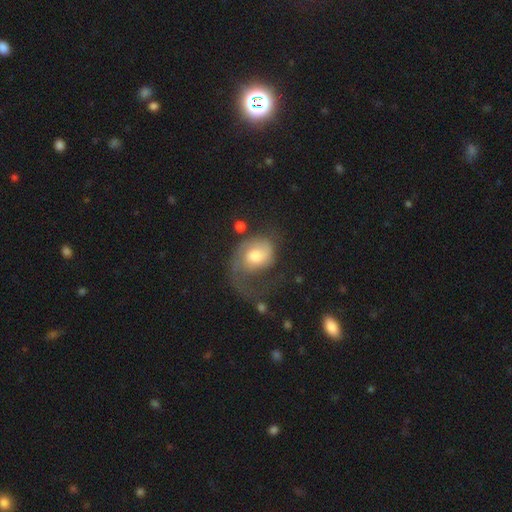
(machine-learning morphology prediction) smooth_or_featured: featured or disk (p=0.58) [alt: smooth p=0.35]
disk_edge_on: no (p=0.97) [alt: yes p=0.03]
bar: no (p=0.70) [alt: weak p=0.26]
has_spiral_arms: yes (p=0.83) [alt: no p=0.17]
bulge_size: moderate (p=0.56) [alt: large p=0.27]
merging: major disturbance (p=0.52) [alt: none p=0.27]